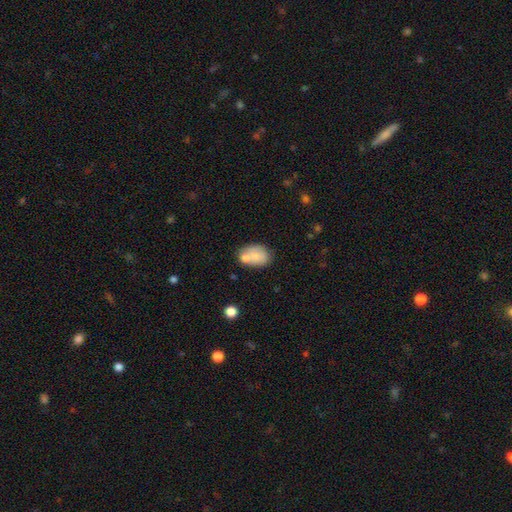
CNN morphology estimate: A smooth galaxy with no disk features (77%) that is in between round and cigar-shaped (80%).

Vote fractions:
- Smooth or featured? smooth: 77% / featured or disk: 16% / star or artifact: 8%
- How rounded? in between: 80% / round: 19% / cigar-shaped: 1%
- Merging? none: 51% / merger: 26% / minor disturbance: 18% / major disturbance: 5%